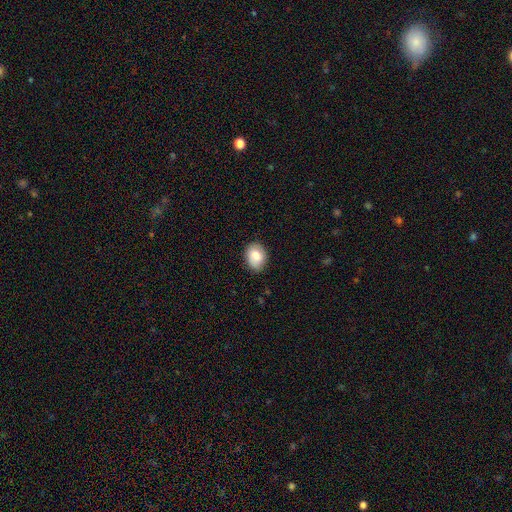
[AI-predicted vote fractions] Overall: smooth (81%). How rounded: in between (67%; round 32%). Merging: none (82%).